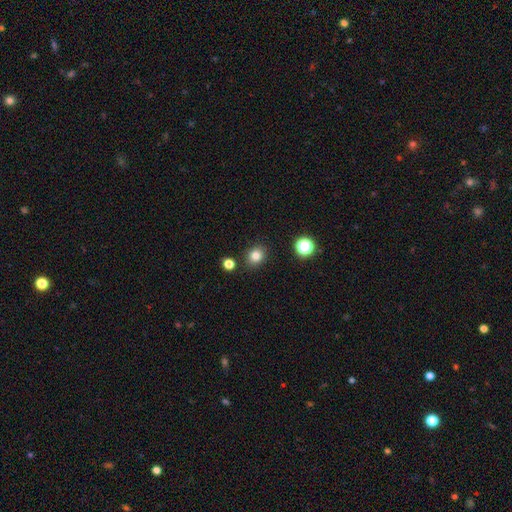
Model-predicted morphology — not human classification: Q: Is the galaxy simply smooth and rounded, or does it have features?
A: smooth — 80%.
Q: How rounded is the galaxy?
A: round — 64%.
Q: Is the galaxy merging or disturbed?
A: none — 86%.